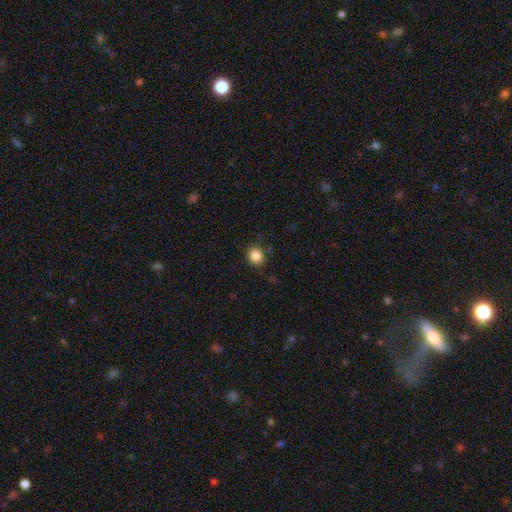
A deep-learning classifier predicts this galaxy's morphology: Smooth or featured? Predicted: smooth (p=0.86). How rounded? Predicted: round (p=0.78). Merging? Predicted: none (p=0.86).